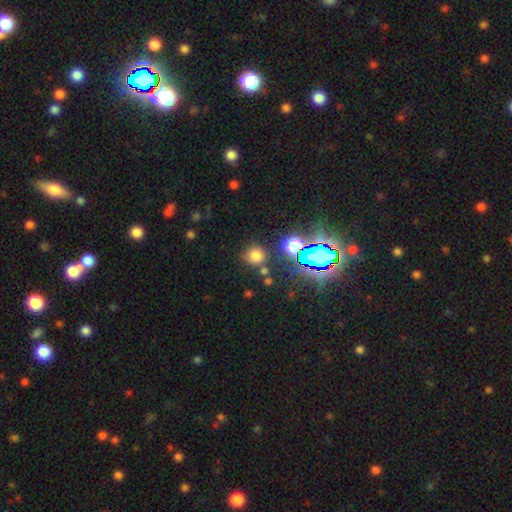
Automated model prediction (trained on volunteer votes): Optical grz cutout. It shows a smooth galaxy with no disk features (69%) that is round (91%). Merging: none (79%).